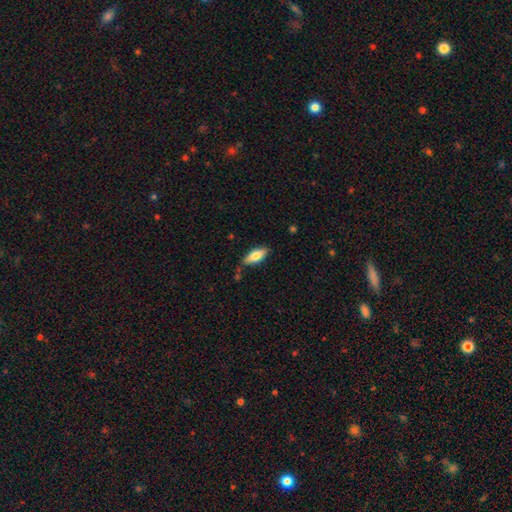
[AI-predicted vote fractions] Q: Smooth or featured?
A: smooth (73%); runner-up: featured or disk (21%)
Q: How rounded?
A: in between (74%); runner-up: cigar-shaped (23%)
Q: Merging?
A: none (78%); runner-up: minor disturbance (16%)